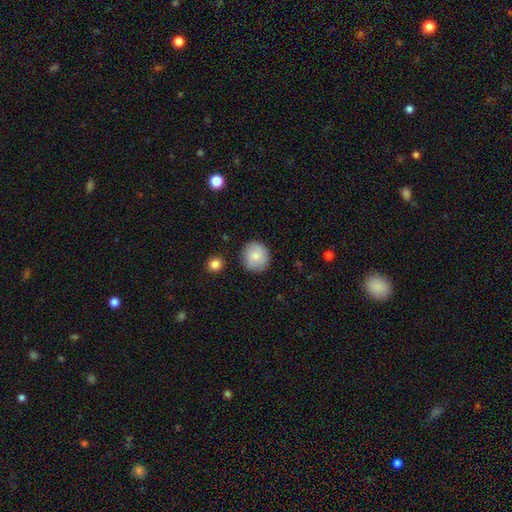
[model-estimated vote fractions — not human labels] Smooth or featured? Predicted: smooth (p=0.79). How rounded? Predicted: round (p=0.89). Merging? Predicted: none (p=0.85).